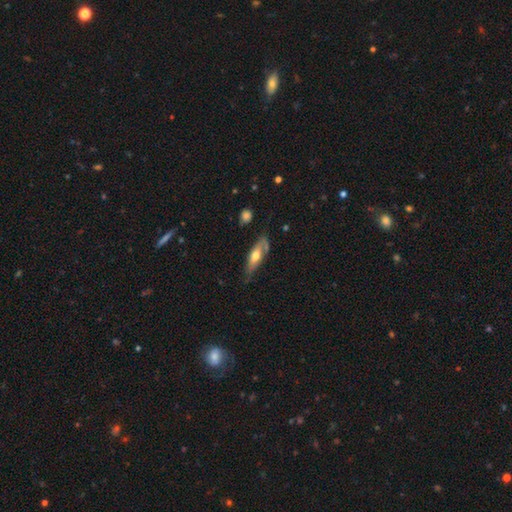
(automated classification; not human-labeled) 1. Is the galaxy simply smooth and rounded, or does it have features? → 50% smooth, 45% featured or disk, 6% star or artifact.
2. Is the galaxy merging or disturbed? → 57% none, 30% minor disturbance, 9% major disturbance, 4% merger.